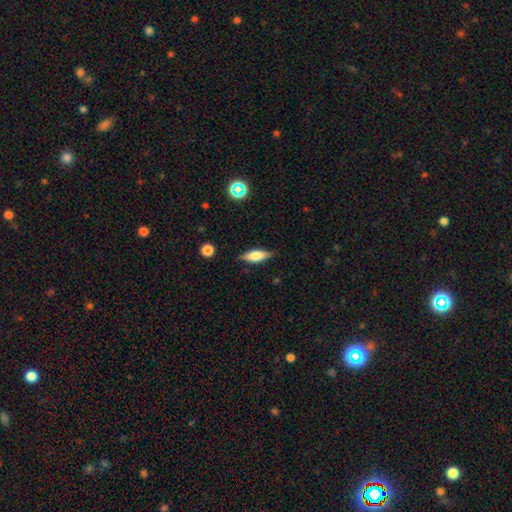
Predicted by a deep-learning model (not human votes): Smooth or featured? Predicted: smooth (p=0.57). How rounded? Predicted: in between (p=0.53). Merging? Predicted: none (p=0.84).